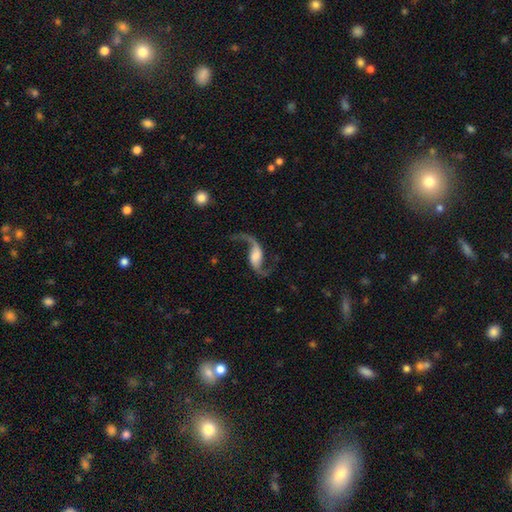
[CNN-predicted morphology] Overall: featured or disk (89%). Edge-on disk: no (96%). Bar: no (41%; weak 38%). Spiral arms: yes (97%). Spiral arm count: 2 (93%). Spiral winding: loose (90%). Bulge size: large (27%; moderate 23%). Merging: none (75%).